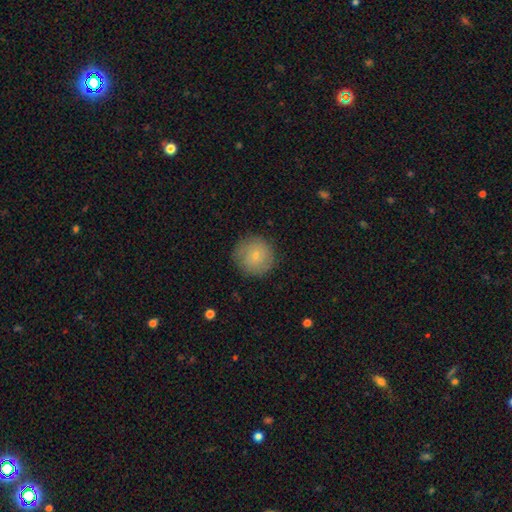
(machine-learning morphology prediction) smooth_or_featured: smooth (p=0.69) [alt: featured or disk p=0.23]
how_rounded: round (p=0.94) [alt: in between p=0.05]
merging: none (p=0.85) [alt: minor disturbance p=0.10]